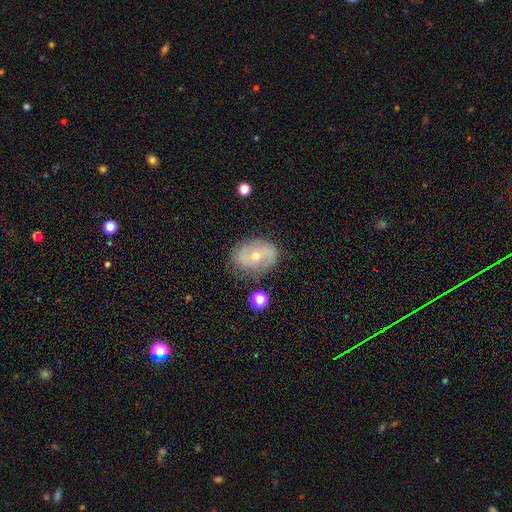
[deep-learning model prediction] Q: Smooth or featured?
A: featured or disk (59%); runner-up: smooth (33%)
Q: Edge-on disk?
A: no (95%); runner-up: yes (5%)
Q: Bar?
A: no (64%); runner-up: weak (27%)
Q: Spiral arms?
A: yes (67%); runner-up: no (33%)
Q: Bulge size?
A: small (55%); runner-up: moderate (42%)
Q: Merging?
A: none (72%); runner-up: minor disturbance (19%)